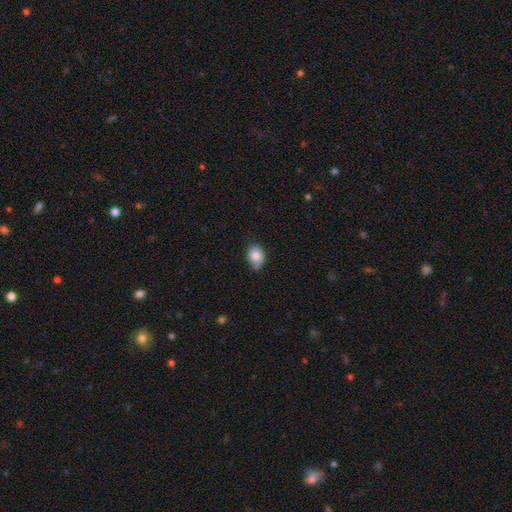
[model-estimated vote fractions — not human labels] This appears to be a smooth galaxy with no disk features (80%) that is in between round and cigar-shaped (65%). Merging: none (57%).